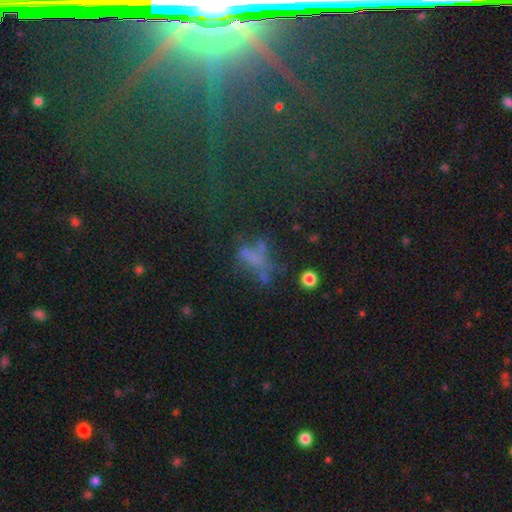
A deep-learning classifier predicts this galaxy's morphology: Smooth or featured? Predicted: smooth (p=0.36). Merging? Predicted: none (p=0.37).